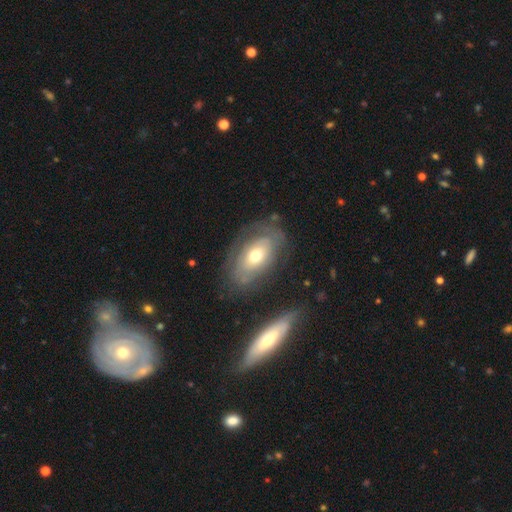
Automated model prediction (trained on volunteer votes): Smooth or featured?
  - featured or disk: 54% *
  - smooth: 39%
  - star or artifact: 7%
Edge-on disk?
  - no: 88% *
  - yes: 12%
Merging?
  - none: 66% *
  - minor disturbance: 20%
  - major disturbance: 10%
  - merger: 4%